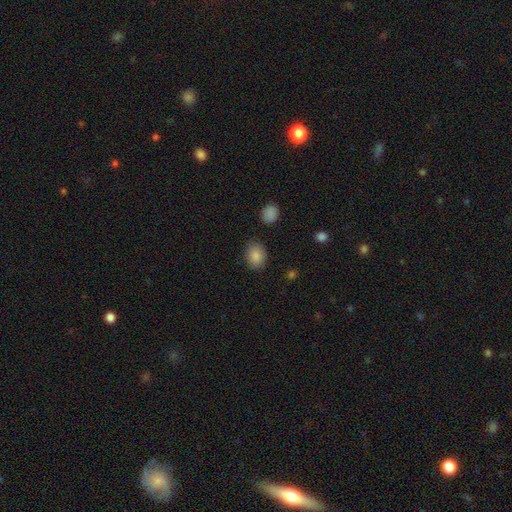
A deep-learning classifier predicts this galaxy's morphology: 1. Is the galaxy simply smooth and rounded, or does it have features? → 86% smooth, 8% star or artifact, 5% featured or disk.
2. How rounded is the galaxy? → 66% in between, 33% round, 1% cigar-shaped.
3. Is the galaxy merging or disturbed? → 82% none, 12% minor disturbance, 3% major disturbance, 3% merger.